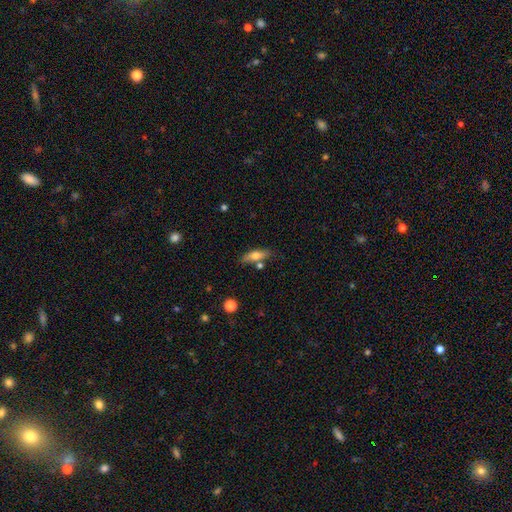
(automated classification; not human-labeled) This is likely a smooth galaxy (65%). How rounded: possibly in between (55%). Merging: likely none (71%).